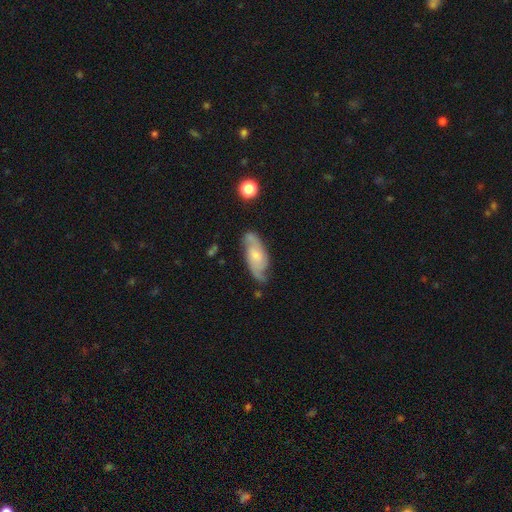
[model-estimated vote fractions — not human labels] featured or disk 75%, smooth 19%, star or artifact 6%. Down the decision tree: edge-on disk — no (92%); bar — no (57%); spiral arms — yes (95%); spiral arm count — 2 (82%); spiral winding — medium (47%); bulge size — small (54%); merging — none (72%).